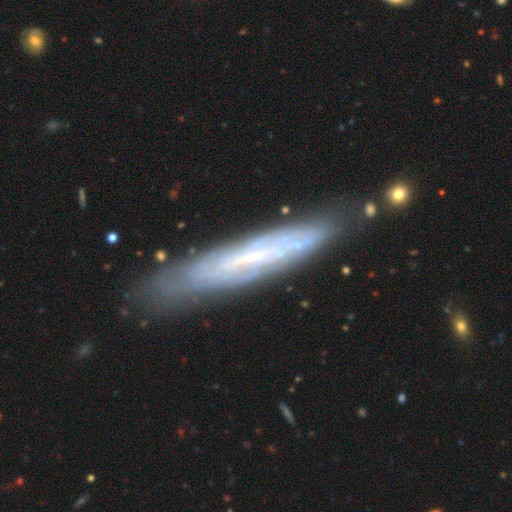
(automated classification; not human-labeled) Morphology: type=featured or disk (69%); edge-on=yes (59%); merging=none (80%).